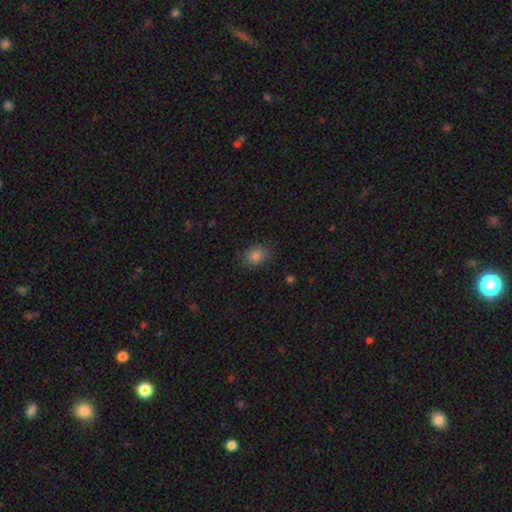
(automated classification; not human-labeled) smooth_or_featured: smooth (p=0.82) [alt: star or artifact p=0.13]
how_rounded: in between (p=0.70) [alt: round p=0.29]
merging: none (p=0.81) [alt: minor disturbance p=0.14]